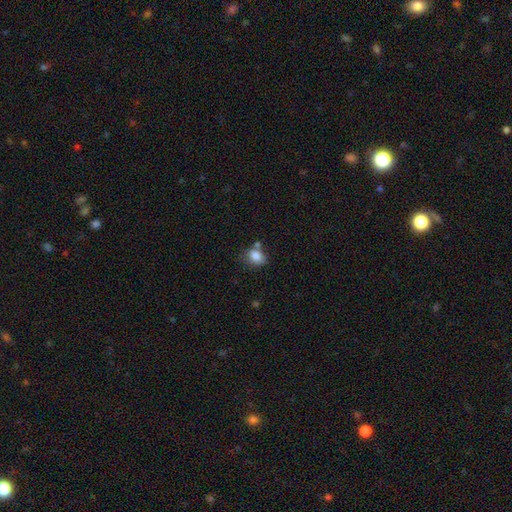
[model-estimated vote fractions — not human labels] smooth-or-featured: smooth: 84% | star or artifact: 9% | featured or disk: 7%
  how-rounded: in between: 65% | round: 34% | cigar-shaped: 1%
  merging: none: 57% | minor disturbance: 21% | merger: 16% | major disturbance: 6%